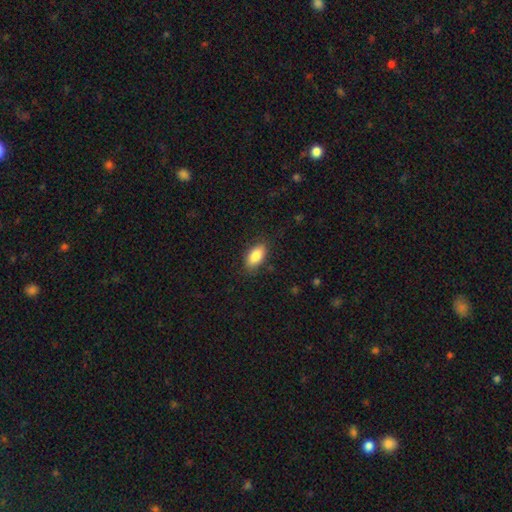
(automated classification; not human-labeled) Q: Smooth or featured?
A: smooth (85%); runner-up: featured or disk (8%)
Q: How rounded?
A: in between (91%); runner-up: cigar-shaped (5%)
Q: Merging?
A: none (83%); runner-up: minor disturbance (13%)